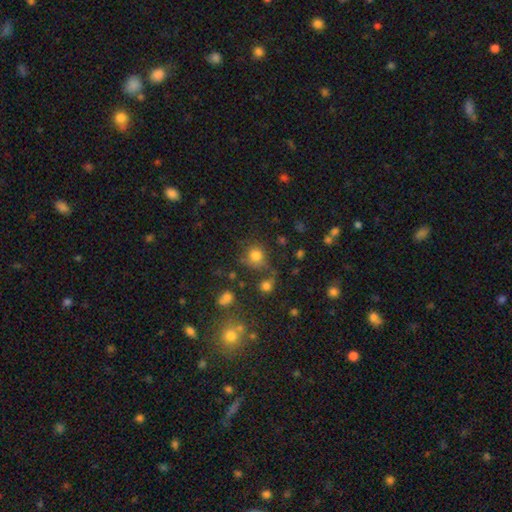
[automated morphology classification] smooth-or-featured: smooth: 77% | star or artifact: 13% | featured or disk: 10%
  how-rounded: round: 87% | in between: 12% | cigar-shaped: 1%
  merging: none: 61% | minor disturbance: 18% | major disturbance: 10% | merger: 10%